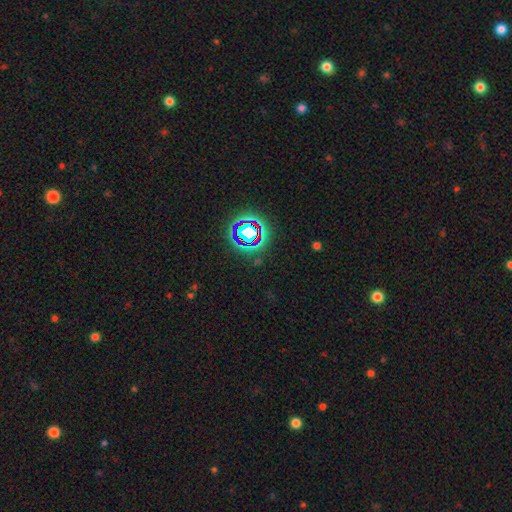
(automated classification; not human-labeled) Smooth or featured?
  - star or artifact: 76% *
  - smooth: 14%
  - featured or disk: 9%